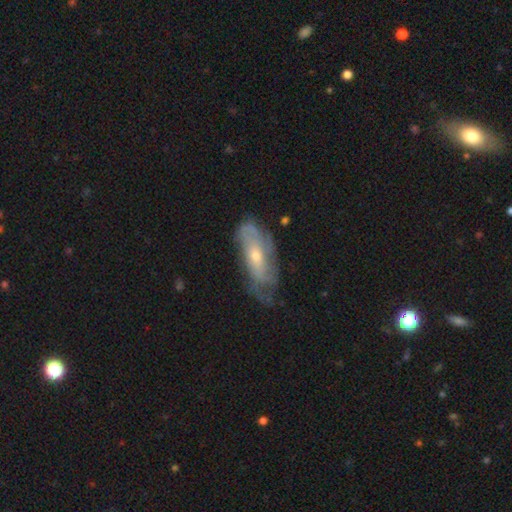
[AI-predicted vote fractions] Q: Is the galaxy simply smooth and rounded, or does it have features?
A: featured or disk — 68%.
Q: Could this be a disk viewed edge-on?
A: no — 86%.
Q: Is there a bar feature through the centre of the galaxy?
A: no — 68%.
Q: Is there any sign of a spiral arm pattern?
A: yes — 80%.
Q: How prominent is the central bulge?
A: moderate — 48%.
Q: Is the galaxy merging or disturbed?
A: none — 54%.